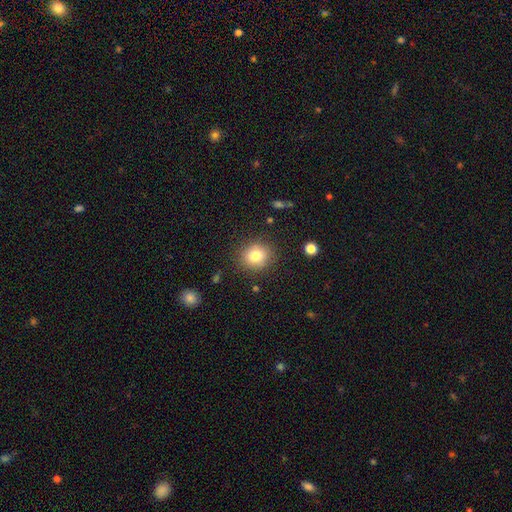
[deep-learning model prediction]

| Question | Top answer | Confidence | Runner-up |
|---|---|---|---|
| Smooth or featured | smooth | 80% | star or artifact (11%) |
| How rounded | round | 79% | in between (20%) |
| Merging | none | 86% | minor disturbance (10%) |